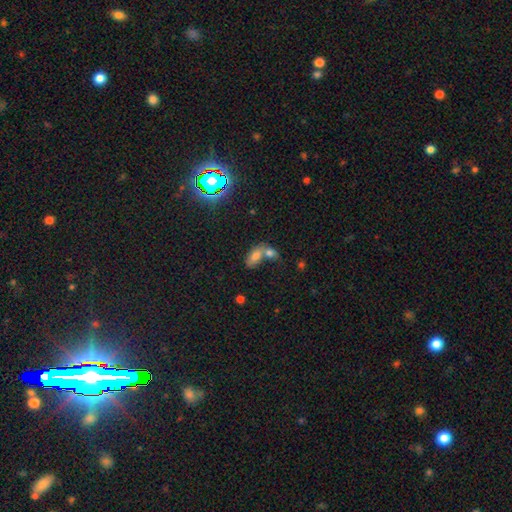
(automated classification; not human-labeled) This is likely a smooth galaxy (71%). How rounded: clearly in between (88%). Merging: likely merger (62%).